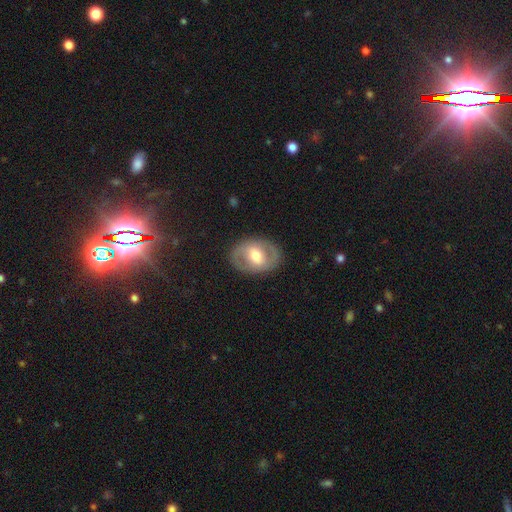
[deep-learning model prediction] This appears to be a featured or disk galaxy (62%) with a weak bar (42%), spiral arms (51%) and a moderate central bulge (67%). Merging: none (83%).